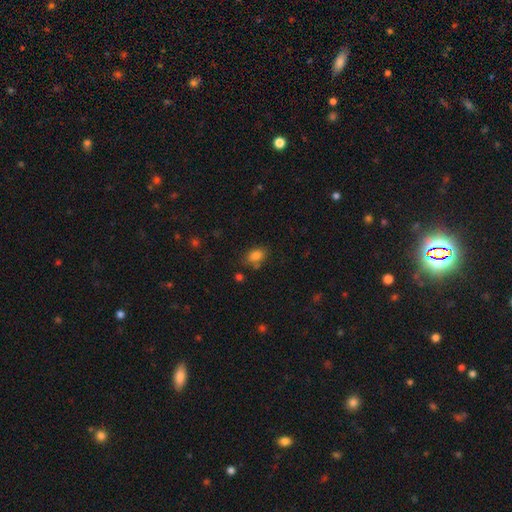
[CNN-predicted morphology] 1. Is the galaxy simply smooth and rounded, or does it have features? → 83% smooth, 11% star or artifact, 7% featured or disk.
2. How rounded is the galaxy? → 78% in between, 20% round, 2% cigar-shaped.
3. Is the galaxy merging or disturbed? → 68% none, 19% minor disturbance, 8% merger, 5% major disturbance.